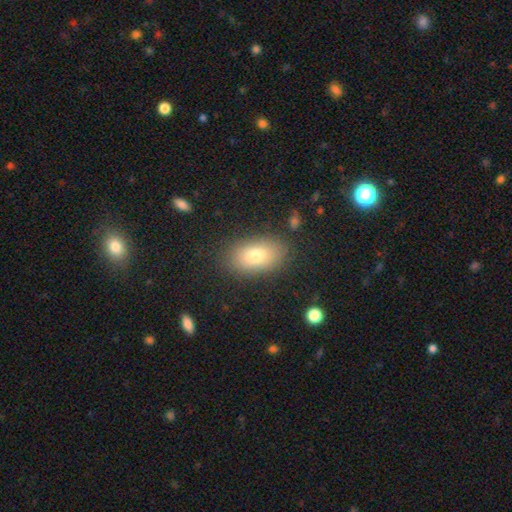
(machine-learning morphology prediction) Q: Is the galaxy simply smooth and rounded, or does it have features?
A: smooth — 75%.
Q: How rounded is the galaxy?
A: in between — 88%.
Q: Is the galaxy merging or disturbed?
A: none — 85%.